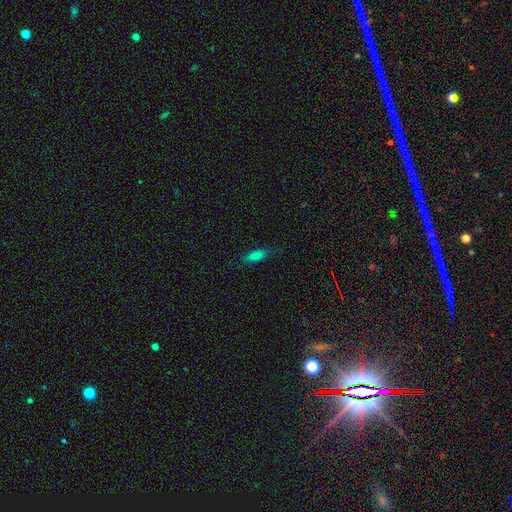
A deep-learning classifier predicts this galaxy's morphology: Smooth or featured? smooth (80%)
How rounded? in between (65%)
Merging? none (77%)